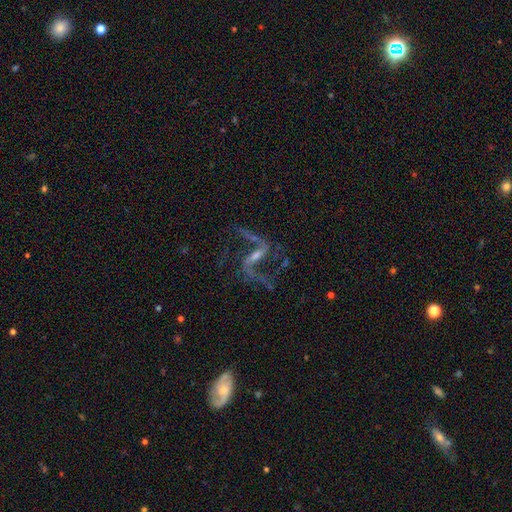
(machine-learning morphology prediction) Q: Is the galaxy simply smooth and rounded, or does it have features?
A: featured or disk — 88%.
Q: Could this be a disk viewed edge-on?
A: no — 94%.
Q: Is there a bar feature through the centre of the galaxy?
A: strong — 50%.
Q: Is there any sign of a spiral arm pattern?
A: yes — 95%.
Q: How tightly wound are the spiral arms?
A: loose — 74%.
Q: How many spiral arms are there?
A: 2 — 91%.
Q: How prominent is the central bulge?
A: small — 55%.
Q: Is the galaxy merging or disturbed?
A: none — 63%.